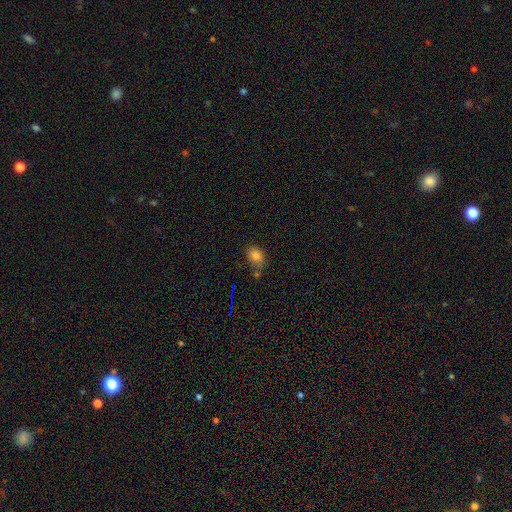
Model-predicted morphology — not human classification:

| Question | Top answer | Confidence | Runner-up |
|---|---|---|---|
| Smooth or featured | smooth | 80% | star or artifact (13%) |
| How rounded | in between | 71% | round (27%) |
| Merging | none | 66% | minor disturbance (19%) |